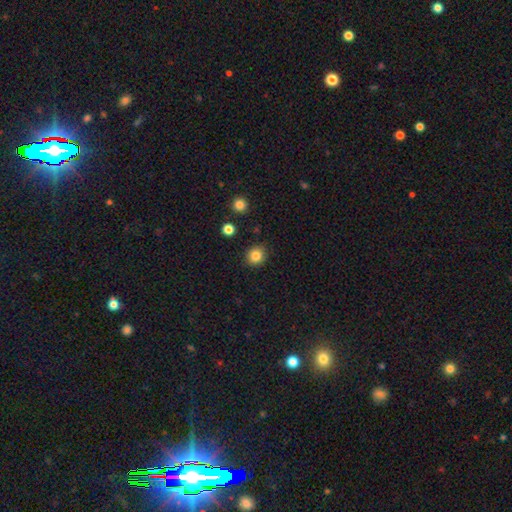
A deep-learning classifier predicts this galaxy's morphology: A smooth galaxy with no disk features (83%) that is round (85%).

Vote fractions:
- Smooth or featured? smooth: 83% / star or artifact: 11% / featured or disk: 5%
- How rounded? round: 85% / in between: 14% / cigar-shaped: 1%
- Merging? none: 88% / minor disturbance: 8% / major disturbance: 2% / merger: 2%